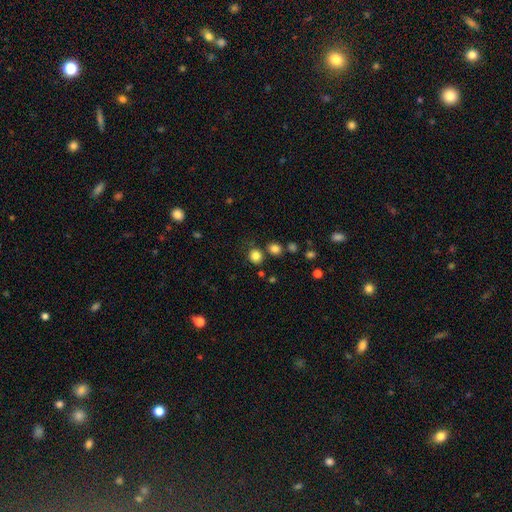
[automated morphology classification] A smooth galaxy with no disk features (82%) that is round (87%).

Vote fractions:
- Smooth or featured? smooth: 82% / star or artifact: 13% / featured or disk: 5%
- How rounded? round: 87% / in between: 12% / cigar-shaped: 1%
- Merging? none: 78% / minor disturbance: 10% / merger: 8% / major disturbance: 4%